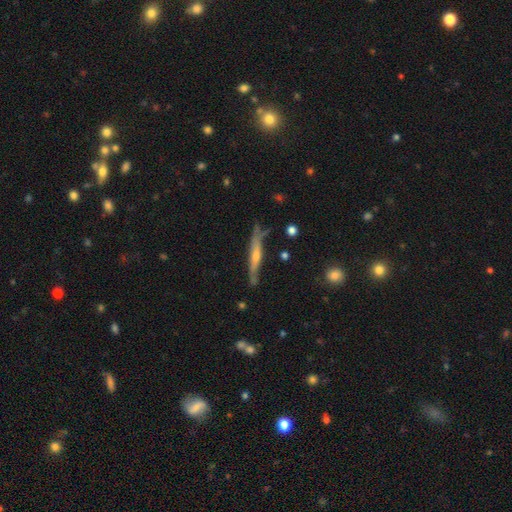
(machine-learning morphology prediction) smooth-or-featured: featured or disk: 66% | smooth: 28% | star or artifact: 6%
  disk-edge-on: yes: 93% | no: 7%
    edge-on-bulge: rounded: 70% | none: 23% | boxy: 7%
  merging: none: 75% | minor disturbance: 18% | major disturbance: 4% | merger: 3%